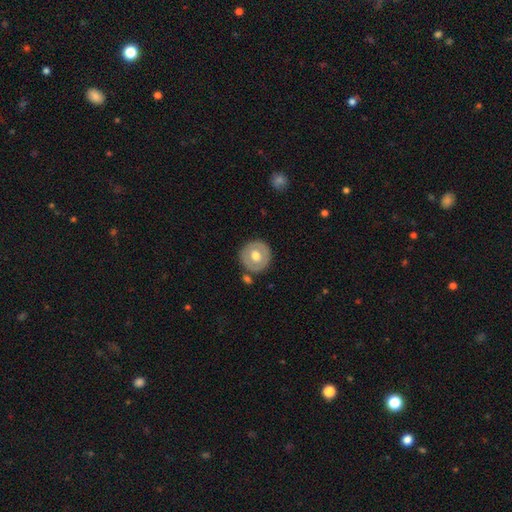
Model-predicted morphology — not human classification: smooth_or_featured: smooth (p=0.54) [alt: featured or disk p=0.40]
how_rounded: round (p=0.91) [alt: in between p=0.08]
merging: none (p=0.82) [alt: minor disturbance p=0.10]